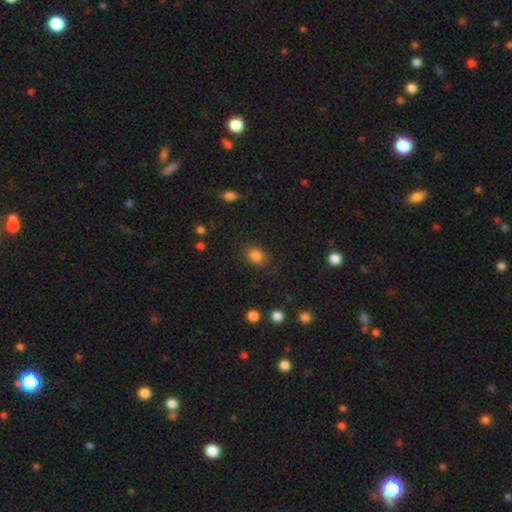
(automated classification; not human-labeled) smooth-or-featured: smooth: 83% | star or artifact: 12% | featured or disk: 5%
  how-rounded: in between: 54% | round: 45% | cigar-shaped: 1%
  merging: none: 82% | minor disturbance: 13% | major disturbance: 4% | merger: 2%